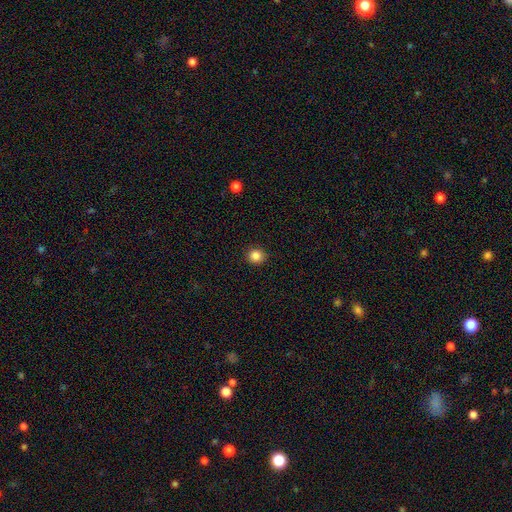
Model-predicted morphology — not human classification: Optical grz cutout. It shows a smooth galaxy with no disk features (84%) that is round (92%). Merging: none (92%).